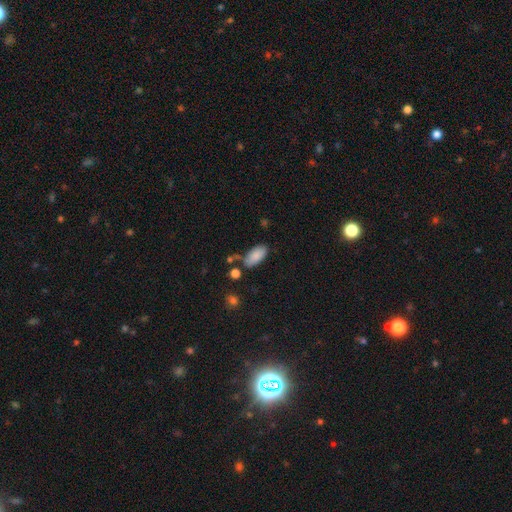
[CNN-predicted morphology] A smooth galaxy with no disk features (86%) that is in between round and cigar-shaped (92%). Merging: none (69%).